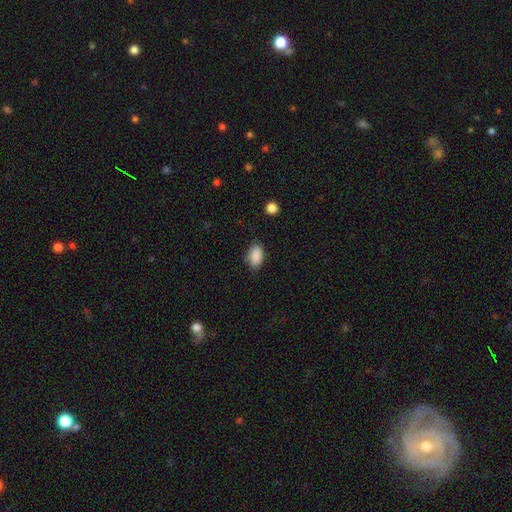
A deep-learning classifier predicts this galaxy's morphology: A smooth galaxy with no disk features (88%) that is in between round and cigar-shaped (91%). Merging: none (75%).